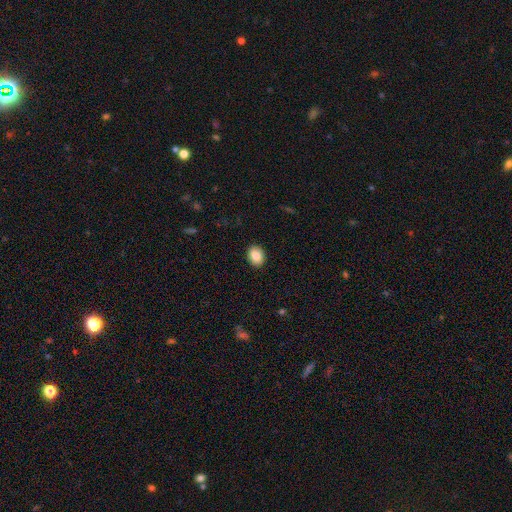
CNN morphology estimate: A smooth galaxy with no disk features (86%) that is in between round and cigar-shaped (62%). Merging: none (91%).